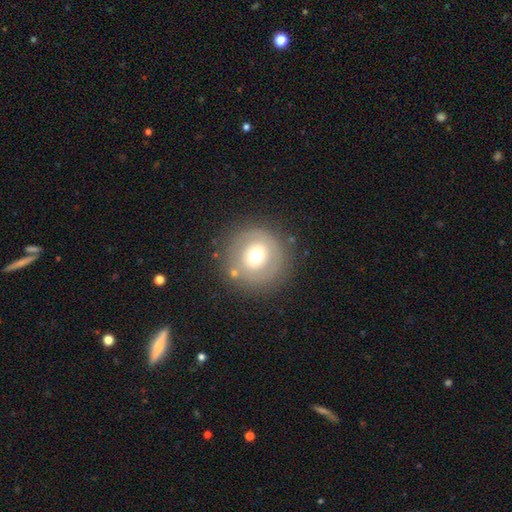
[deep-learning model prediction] smooth-or-featured: smooth: 56% | featured or disk: 35% | star or artifact: 10%
  how-rounded: round: 93% | in between: 6% | cigar-shaped: 1%
  merging: none: 81% | minor disturbance: 10% | major disturbance: 6% | merger: 3%